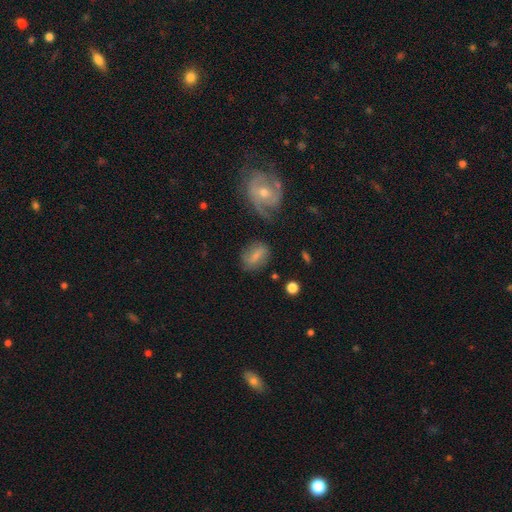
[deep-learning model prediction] A smooth galaxy with no disk features (53%) that is in between round and cigar-shaped (71%). Merging: none (69%).